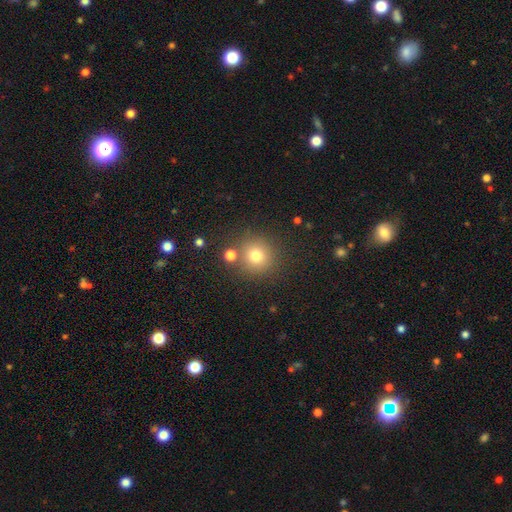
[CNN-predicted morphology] The model was most divided on "smooth or featured": smooth: 75%, star or artifact: 16%, featured or disk: 9%. More confident: how rounded — round (93%); merging — none (81%).